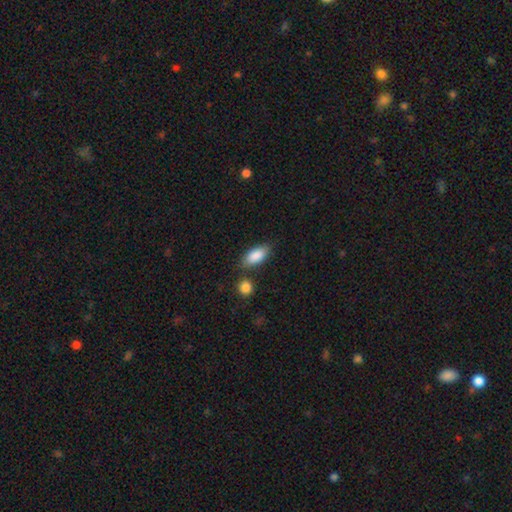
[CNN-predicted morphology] Smooth or featured? Predicted: smooth (p=0.87). How rounded? Predicted: in between (p=0.88). Merging? Predicted: none (p=0.71).